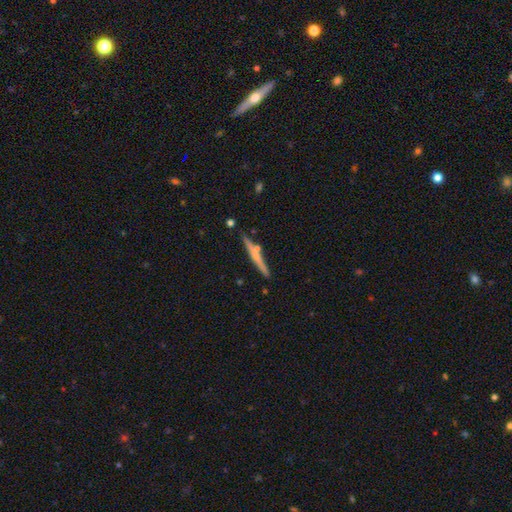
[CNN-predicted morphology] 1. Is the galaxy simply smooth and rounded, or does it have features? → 50% featured or disk, 44% smooth, 6% star or artifact.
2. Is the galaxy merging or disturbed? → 81% none, 10% minor disturbance, 6% merger, 2% major disturbance.